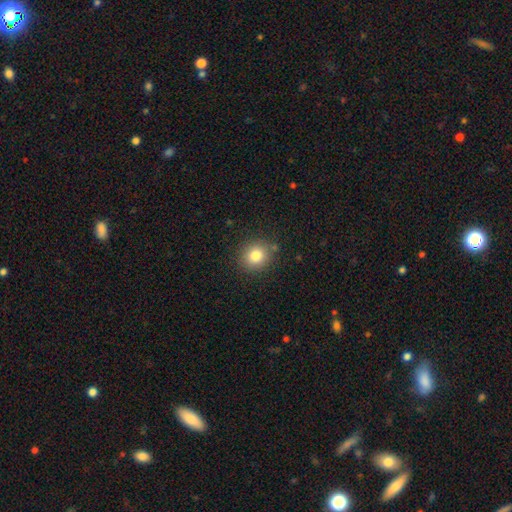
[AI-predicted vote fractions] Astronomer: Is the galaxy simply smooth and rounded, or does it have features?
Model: smooth — 81%.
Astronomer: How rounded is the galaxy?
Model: round — 82%.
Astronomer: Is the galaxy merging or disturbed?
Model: none — 85%.